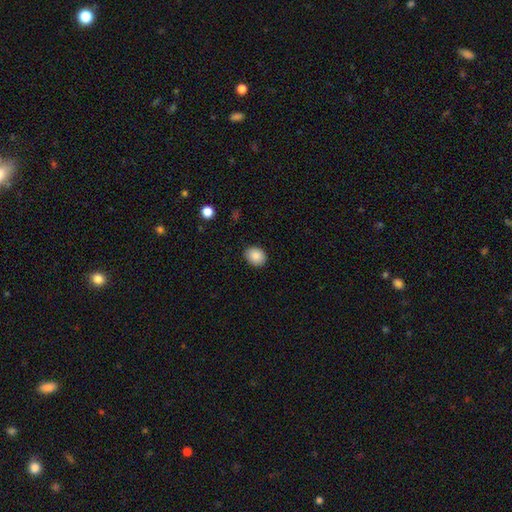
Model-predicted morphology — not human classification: smooth-or-featured: smooth: 88% | star or artifact: 8% | featured or disk: 4%
  how-rounded: round: 52% | in between: 47% | cigar-shaped: 1%
  merging: none: 88% | minor disturbance: 9% | major disturbance: 2% | merger: 1%